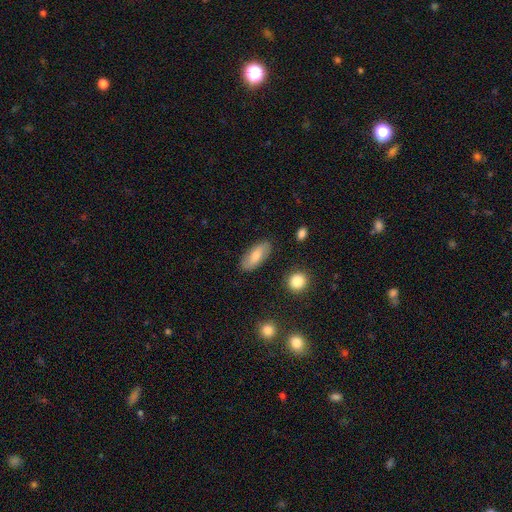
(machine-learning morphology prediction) Smooth or featured? smooth (66%)
How rounded? in between (84%)
Merging? none (85%)